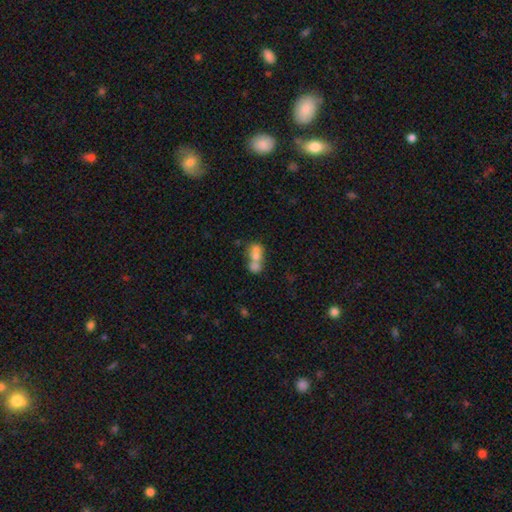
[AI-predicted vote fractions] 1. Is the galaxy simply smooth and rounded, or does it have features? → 62% smooth, 26% featured or disk, 12% star or artifact.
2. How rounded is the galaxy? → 49% in between, 48% round, 2% cigar-shaped.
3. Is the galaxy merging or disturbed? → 71% merger, 19% none, 6% minor disturbance, 4% major disturbance.